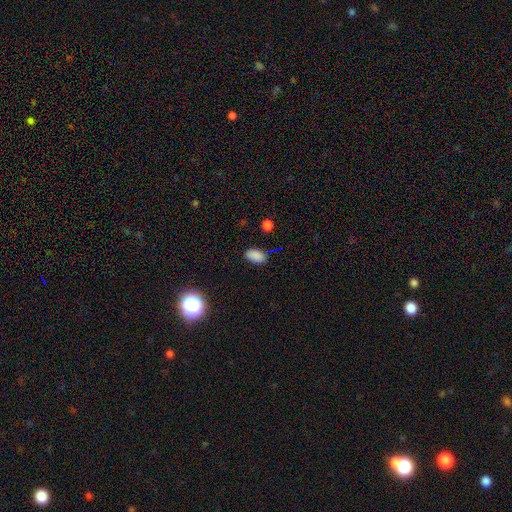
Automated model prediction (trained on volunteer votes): A smooth galaxy with no disk features (85%) that is in between round and cigar-shaped (92%).

Vote fractions:
- Smooth or featured? smooth: 85% / star or artifact: 11% / featured or disk: 4%
- How rounded? in between: 92% / round: 6% / cigar-shaped: 2%
- Merging? none: 81% / minor disturbance: 14% / major disturbance: 3% / merger: 2%